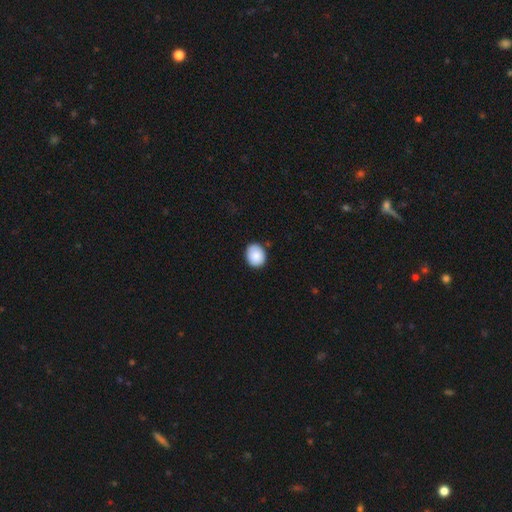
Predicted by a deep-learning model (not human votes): Morphology: type=smooth (88%); roundness=round (66%); merging=none (86%).